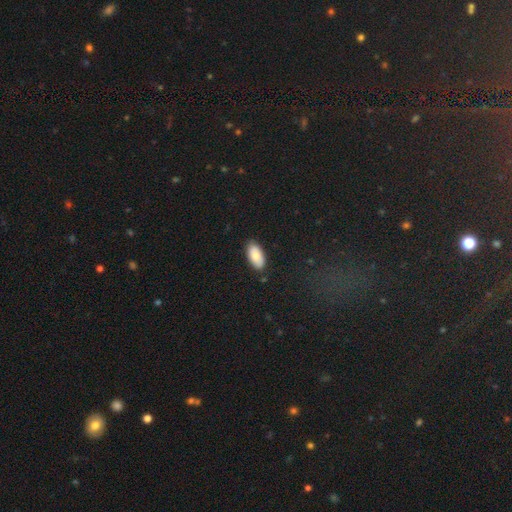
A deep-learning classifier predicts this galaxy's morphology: This is likely a smooth galaxy (79%). How rounded: clearly in between (94%). Merging: clearly none (86%).